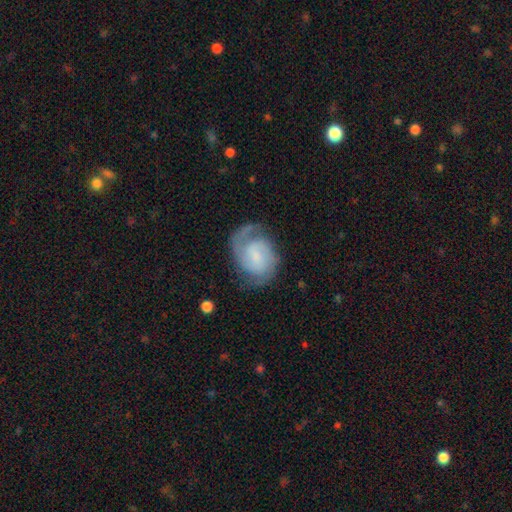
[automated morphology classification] Q: Smooth or featured?
A: featured or disk (76%); runner-up: smooth (18%)
Q: Edge-on disk?
A: no (98%); runner-up: yes (2%)
Q: Bar?
A: no (52%); runner-up: weak (41%)
Q: Spiral arms?
A: yes (94%); runner-up: no (6%)
Q: Spiral winding?
A: medium (44%); runner-up: tight (38%)
Q: Spiral arm count?
A: 2 (60%); runner-up: 1 (21%)
Q: Bulge size?
A: small (54%); runner-up: none (21%)
Q: Merging?
A: none (61%); runner-up: minor disturbance (21%)